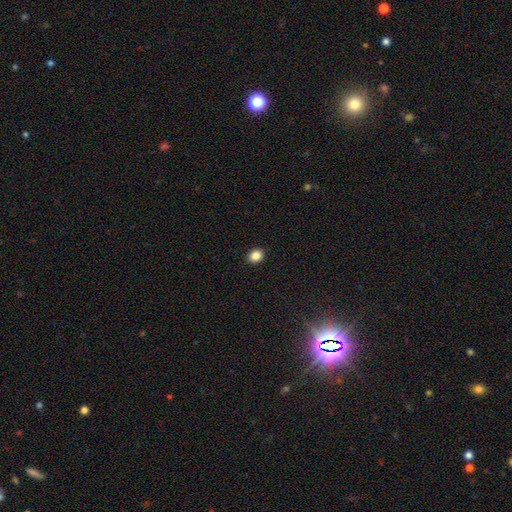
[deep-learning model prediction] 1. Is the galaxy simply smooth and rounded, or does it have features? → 86% smooth, 10% star or artifact, 4% featured or disk.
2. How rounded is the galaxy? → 55% in between, 44% round, 1% cigar-shaped.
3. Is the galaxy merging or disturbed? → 92% none, 6% minor disturbance, 2% major disturbance, 1% merger.